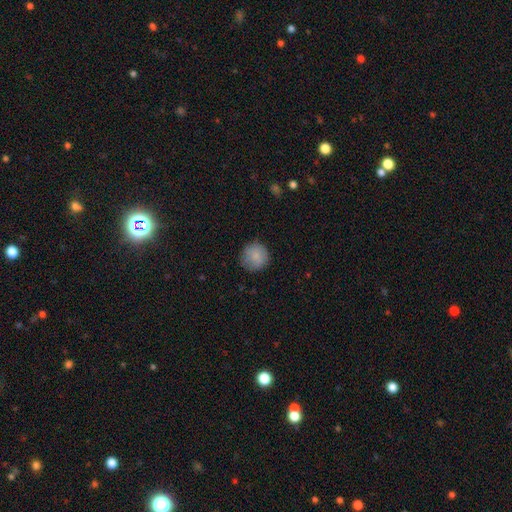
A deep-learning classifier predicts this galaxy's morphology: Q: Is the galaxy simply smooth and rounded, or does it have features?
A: smooth — 84%.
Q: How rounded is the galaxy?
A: round — 94%.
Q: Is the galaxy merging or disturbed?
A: none — 84%.